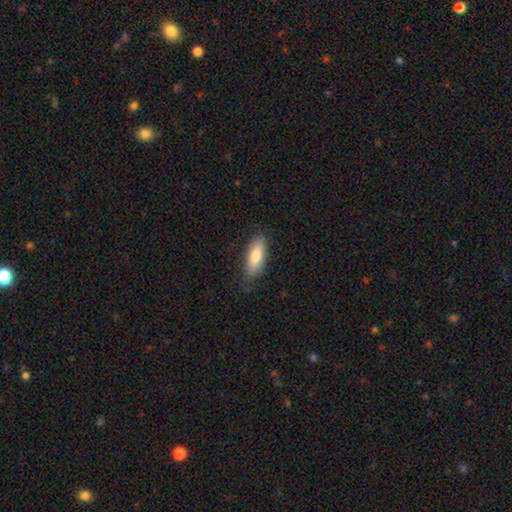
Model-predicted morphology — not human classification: A smooth galaxy with no disk features (78%) that is in between round and cigar-shaped (64%). Merging: none (79%).